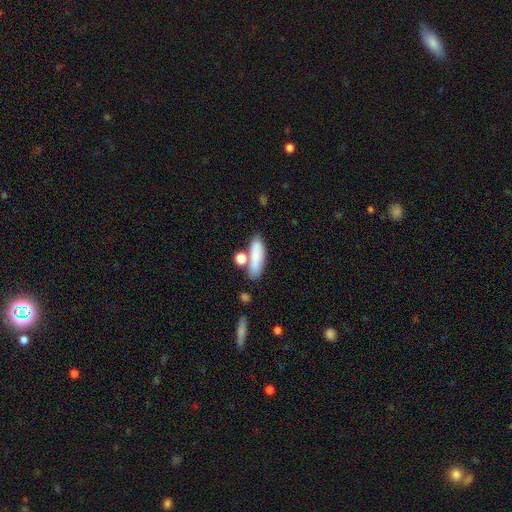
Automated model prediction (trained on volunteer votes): Q: Smooth or featured?
A: smooth (80%); runner-up: featured or disk (13%)
Q: How rounded?
A: in between (55%); runner-up: cigar-shaped (41%)
Q: Merging?
A: none (60%); runner-up: merger (20%)